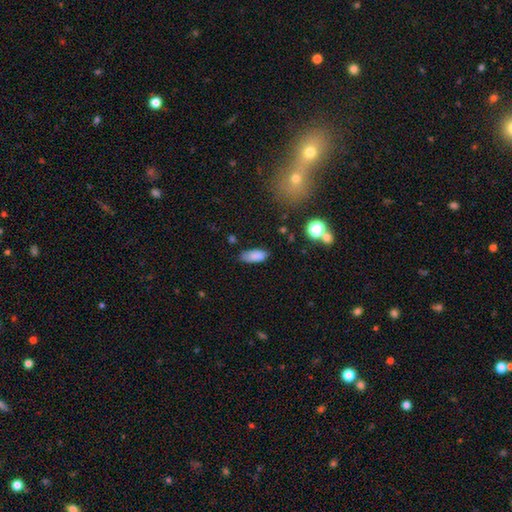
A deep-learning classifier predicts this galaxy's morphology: The model was most divided on "merging": none: 70%, minor disturbance: 23%, major disturbance: 5%, merger: 2%. More confident: how rounded — in between (86%); smooth or featured — smooth (82%).